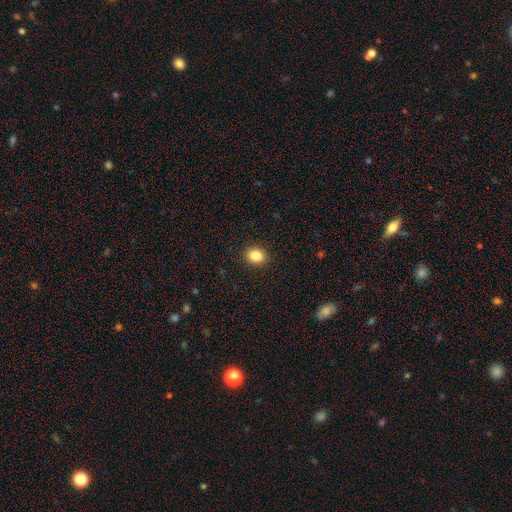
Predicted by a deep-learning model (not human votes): This appears to be a smooth galaxy with no disk features (86%) that is round (53%). Merging: none (91%).